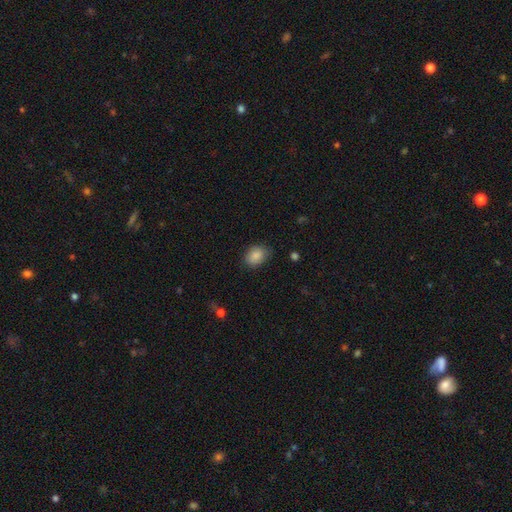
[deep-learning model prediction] smooth_or_featured: smooth (p=0.87) [alt: star or artifact p=0.08]
how_rounded: in between (p=0.67) [alt: round p=0.32]
merging: none (p=0.78) [alt: minor disturbance p=0.17]